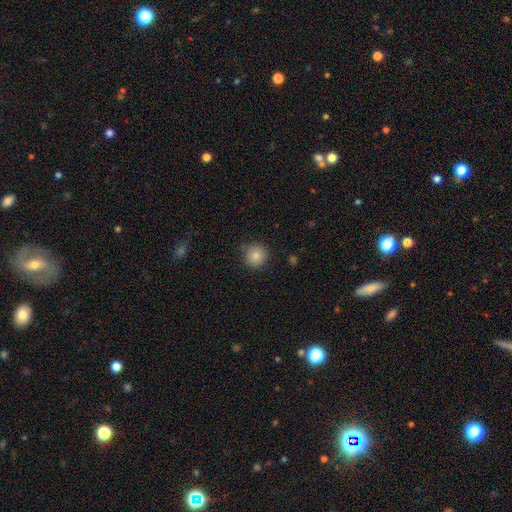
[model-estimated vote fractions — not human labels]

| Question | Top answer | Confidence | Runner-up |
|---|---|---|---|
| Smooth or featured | smooth | 82% | star or artifact (11%) |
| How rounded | round | 93% | in between (6%) |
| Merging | none | 81% | minor disturbance (15%) |